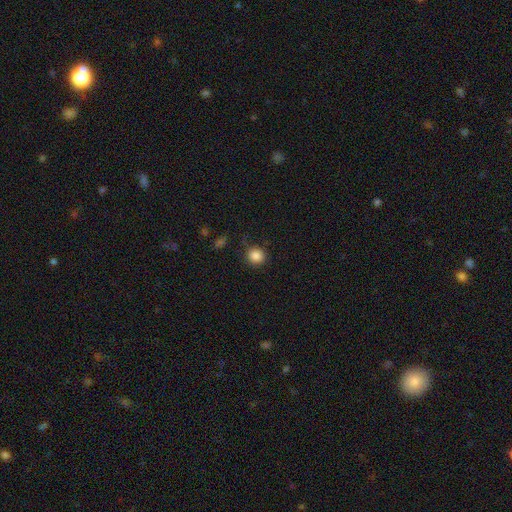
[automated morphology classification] This appears to be a smooth galaxy with no disk features (86%) that is round (91%). Merging: none (82%).